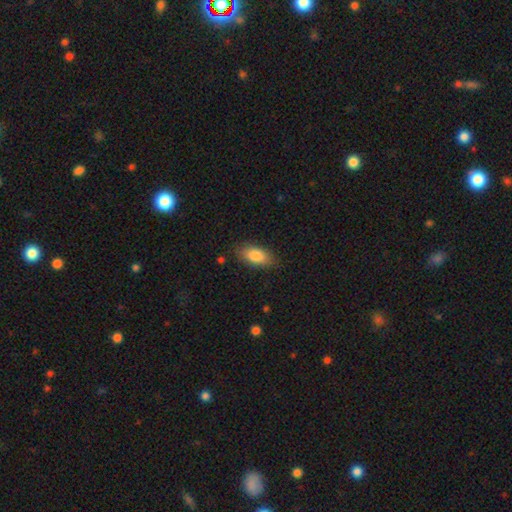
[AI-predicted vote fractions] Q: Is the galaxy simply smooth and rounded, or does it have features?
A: smooth — 85%.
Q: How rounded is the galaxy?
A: in between — 90%.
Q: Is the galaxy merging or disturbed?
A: none — 84%.